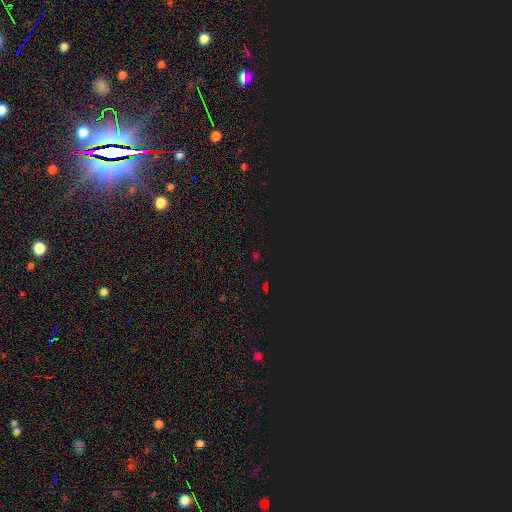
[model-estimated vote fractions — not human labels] Smooth or featured?
  - star or artifact: 69% *
  - smooth: 24%
  - featured or disk: 7%